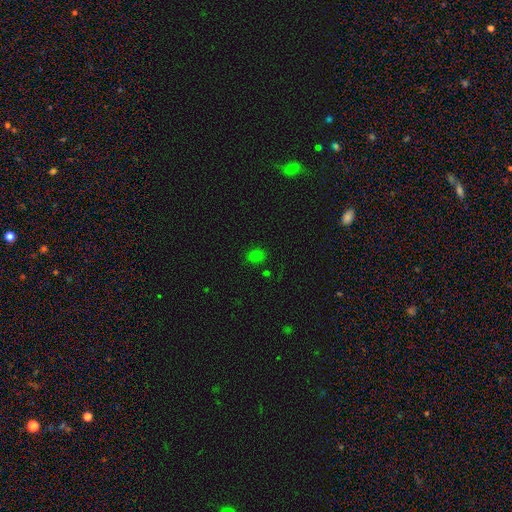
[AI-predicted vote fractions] smooth-or-featured: smooth: 69% | star or artifact: 26% | featured or disk: 5%
  how-rounded: in between: 51% | round: 48% | cigar-shaped: 2%
  merging: none: 77% | minor disturbance: 14% | major disturbance: 5% | merger: 4%